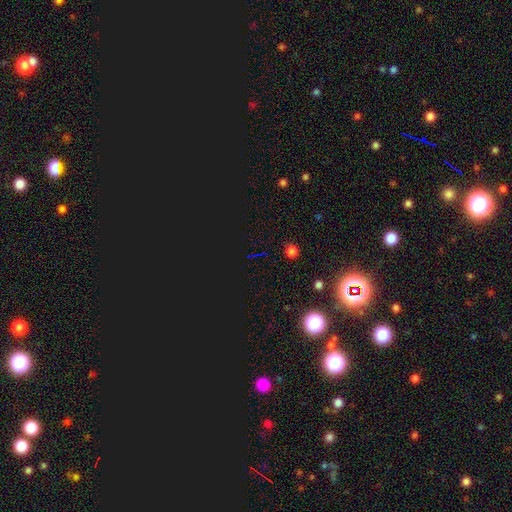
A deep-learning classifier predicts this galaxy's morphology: A star or artifact, not a galaxy (73%).